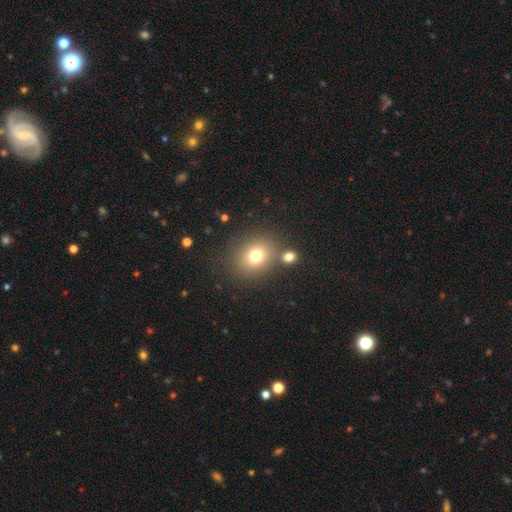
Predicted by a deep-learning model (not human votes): Smooth or featured? Predicted: smooth (p=0.75). How rounded? Predicted: round (p=0.61). Merging? Predicted: none (p=0.74).